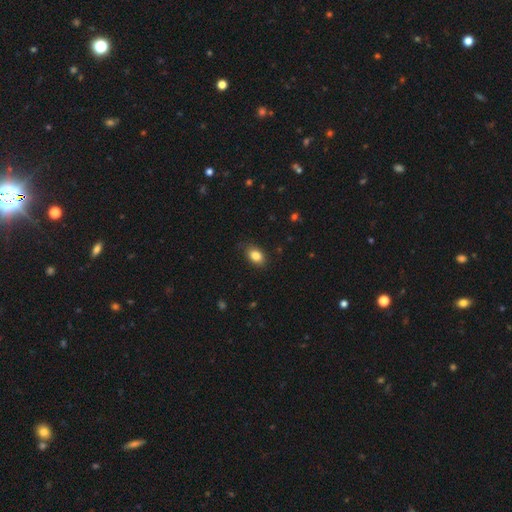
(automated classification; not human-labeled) Q: Smooth or featured?
A: smooth (85%); runner-up: star or artifact (8%)
Q: How rounded?
A: in between (84%); runner-up: round (14%)
Q: Merging?
A: none (81%); runner-up: minor disturbance (15%)